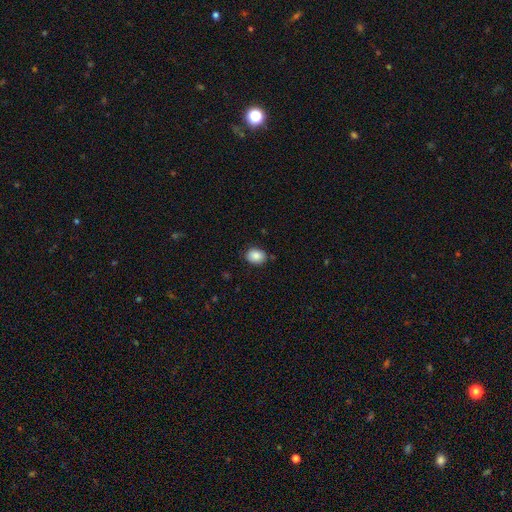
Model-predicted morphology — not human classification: A smooth galaxy with no disk features (87%) that is in between round and cigar-shaped (61%).

Vote fractions:
- Smooth or featured? smooth: 87% / star or artifact: 8% / featured or disk: 5%
- How rounded? in between: 61% / round: 38% / cigar-shaped: 1%
- Merging? none: 83% / minor disturbance: 13% / major disturbance: 3% / merger: 2%